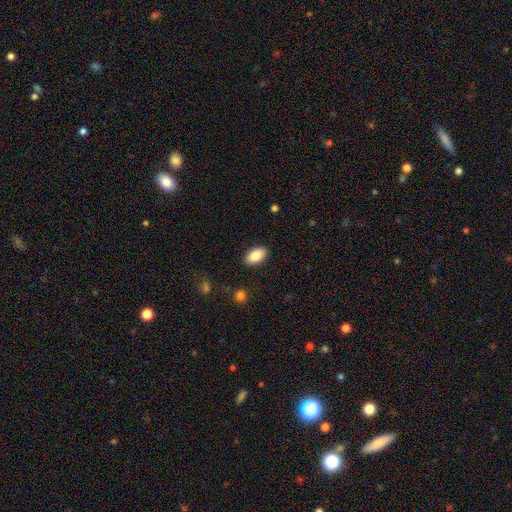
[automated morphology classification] type=smooth (86%); roundness=in between (94%); merging=none (89%).